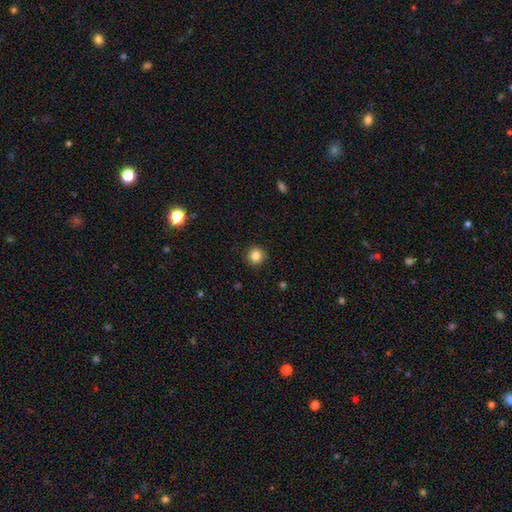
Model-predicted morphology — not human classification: This is clearly a smooth galaxy (84%). How rounded: clearly round (94%). Merging: clearly none (91%).